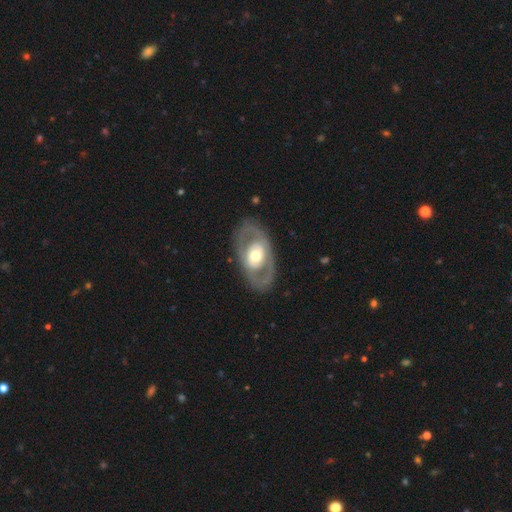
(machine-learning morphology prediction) type=featured or disk (66%); edge-on=no (91%); bar=no (75%); spiral arms=no (76%); bulge=moderate (63%); merging=none (82%).